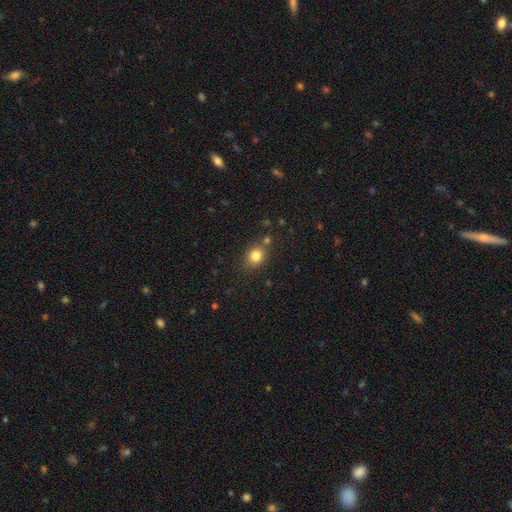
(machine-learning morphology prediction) Smooth or featured?
  - smooth: 82% *
  - star or artifact: 11%
  - featured or disk: 7%
How rounded?
  - round: 63% *
  - in between: 36%
  - cigar-shaped: 1%
Merging?
  - none: 76% *
  - minor disturbance: 12%
  - merger: 8%
  - major disturbance: 4%